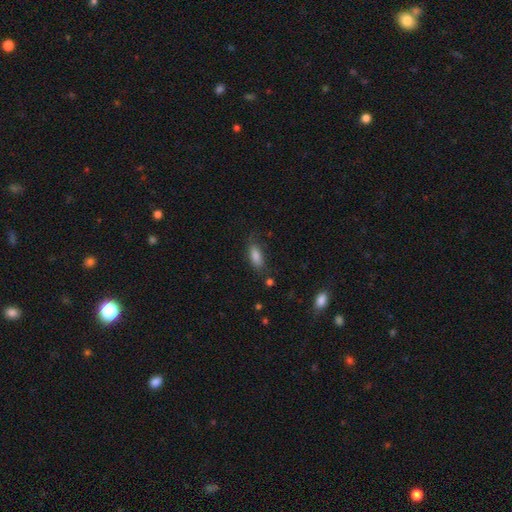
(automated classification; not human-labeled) Smooth or featured?
  - smooth: 84% *
  - star or artifact: 8%
  - featured or disk: 7%
How rounded?
  - in between: 81% *
  - cigar-shaped: 16%
  - round: 3%
Merging?
  - none: 73% *
  - minor disturbance: 19%
  - major disturbance: 6%
  - merger: 3%